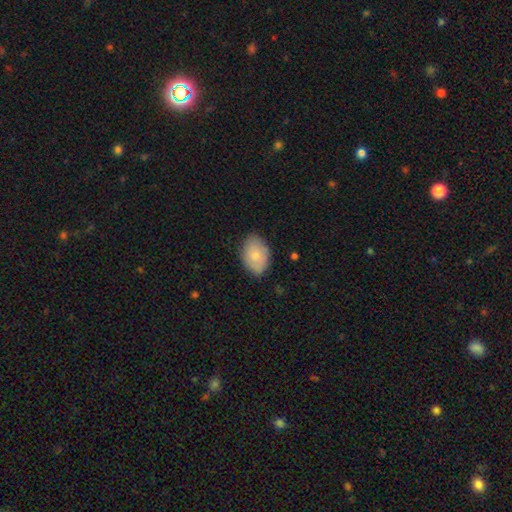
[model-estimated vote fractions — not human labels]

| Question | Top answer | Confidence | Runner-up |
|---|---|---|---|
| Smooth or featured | smooth | 78% | featured or disk (16%) |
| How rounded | in between | 87% | round (12%) |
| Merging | none | 80% | minor disturbance (16%) |